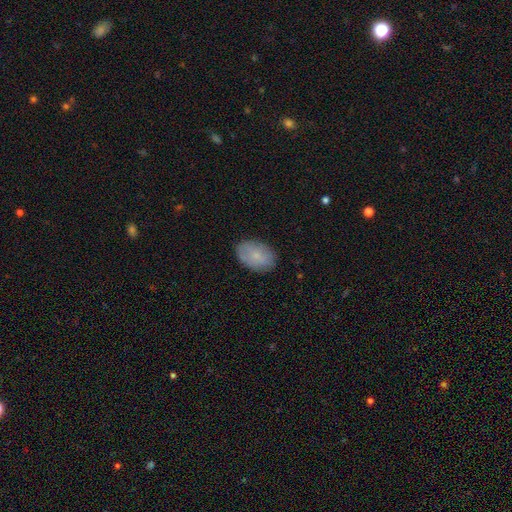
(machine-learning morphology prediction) Overall: smooth (80%). How rounded: in between (89%). Merging: none (84%).